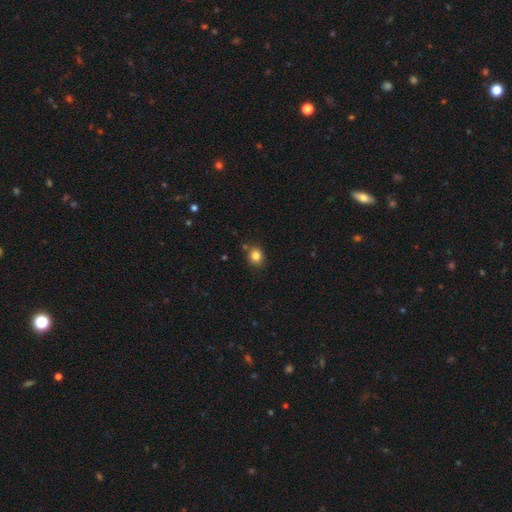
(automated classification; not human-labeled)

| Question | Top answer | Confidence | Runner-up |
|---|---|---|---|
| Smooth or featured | smooth | 83% | star or artifact (12%) |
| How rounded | round | 77% | in between (22%) |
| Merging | none | 82% | minor disturbance (11%) |